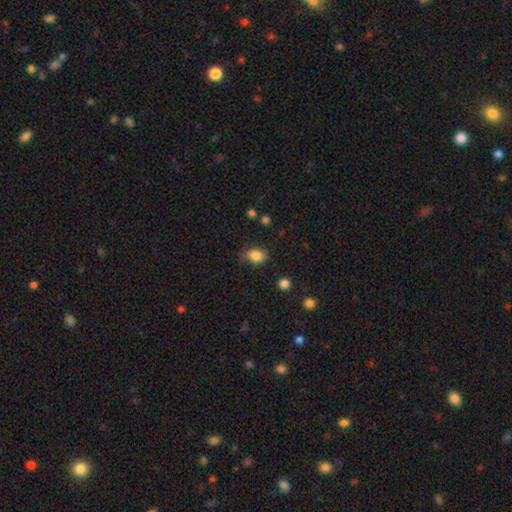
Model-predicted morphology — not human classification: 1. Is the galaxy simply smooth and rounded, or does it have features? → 85% smooth, 9% star or artifact, 5% featured or disk.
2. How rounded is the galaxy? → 69% in between, 30% round, 1% cigar-shaped.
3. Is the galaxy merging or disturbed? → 68% none, 24% minor disturbance, 6% major disturbance, 2% merger.